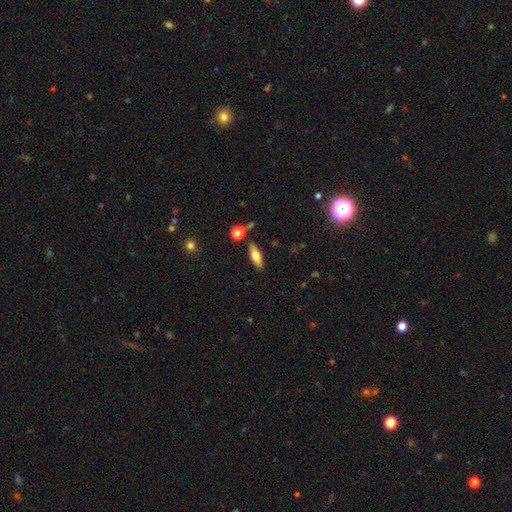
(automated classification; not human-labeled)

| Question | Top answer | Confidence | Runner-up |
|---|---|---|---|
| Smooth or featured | smooth | 69% | featured or disk (23%) |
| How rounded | in between | 62% | cigar-shaped (35%) |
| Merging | none | 79% | minor disturbance (11%) |